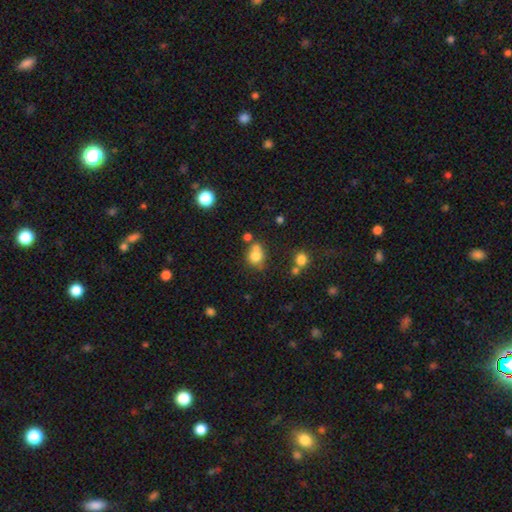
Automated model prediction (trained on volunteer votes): The model was most divided on "merging": none: 46%, merger: 35%, minor disturbance: 13%, major disturbance: 6%. More confident: smooth or featured — smooth (74%); how rounded — round (71%).